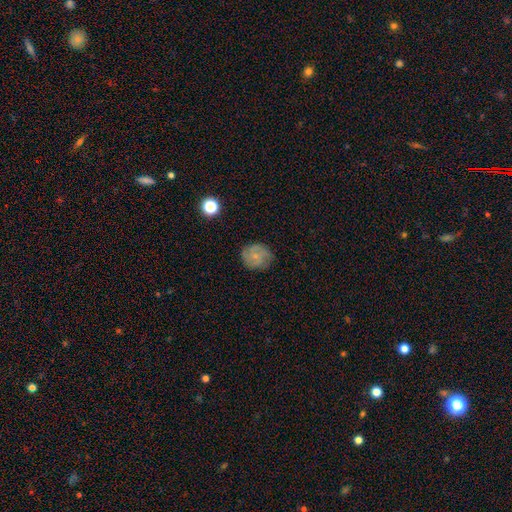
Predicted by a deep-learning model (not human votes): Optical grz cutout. It shows a smooth galaxy with no disk features (50%). Merging: none (76%).